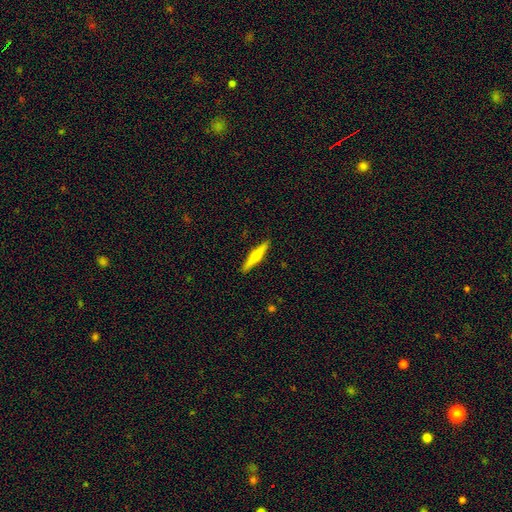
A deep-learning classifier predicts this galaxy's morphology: A featured or disk galaxy (57%) viewed edge-on (97%) with a rounded central bulge (92%). Merging: none (91%).